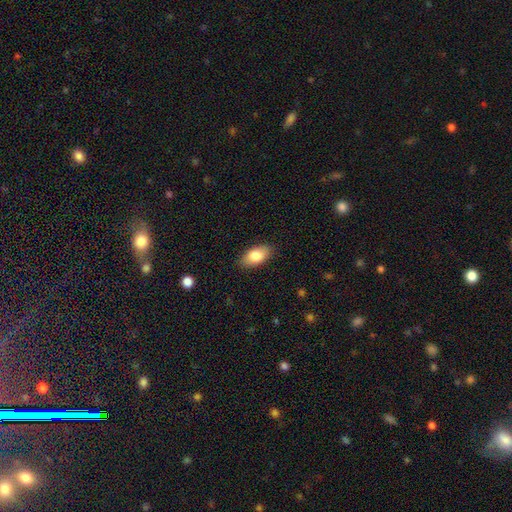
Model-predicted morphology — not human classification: The model was most divided on "smooth or featured": smooth: 83%, featured or disk: 10%, star or artifact: 7%. More confident: how rounded — in between (92%); merging — none (86%).